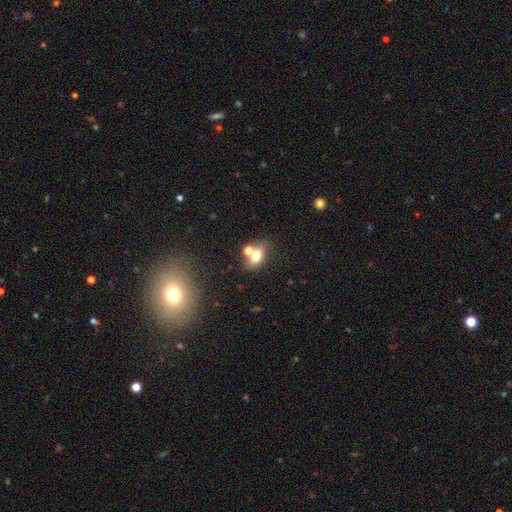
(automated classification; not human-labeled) Smooth or featured: smooth — 69% (featured or disk — 18%)
How rounded: in between — 68% (round — 29%)
Merging: none — 42% (merger — 40%)